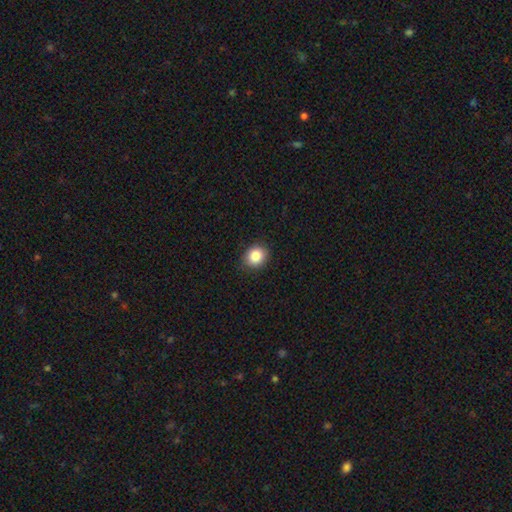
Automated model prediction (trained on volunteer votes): Q: Smooth or featured?
A: smooth (86%); runner-up: star or artifact (9%)
Q: How rounded?
A: round (69%); runner-up: in between (30%)
Q: Merging?
A: none (89%); runner-up: minor disturbance (8%)